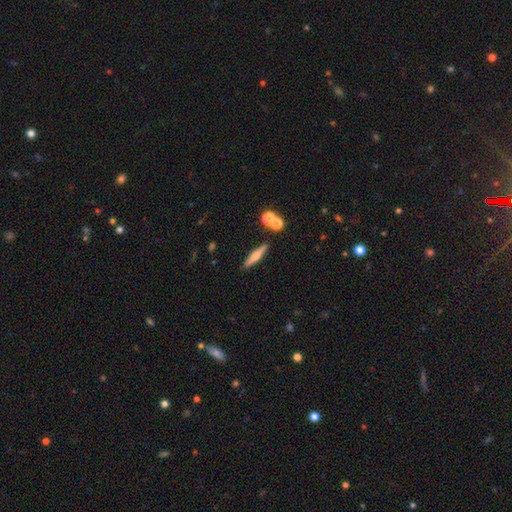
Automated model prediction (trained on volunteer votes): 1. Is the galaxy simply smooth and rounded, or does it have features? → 51% smooth, 41% featured or disk, 8% star or artifact.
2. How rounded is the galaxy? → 84% cigar-shaped, 13% in between, 3% round.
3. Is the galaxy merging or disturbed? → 82% none, 9% minor disturbance, 7% merger, 2% major disturbance.